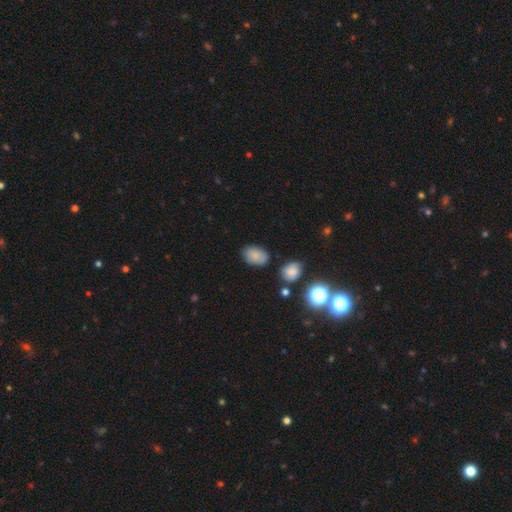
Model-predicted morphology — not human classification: This appears to be a smooth galaxy with no disk features (83%) that is in between round and cigar-shaped (85%). Merging: none (77%).